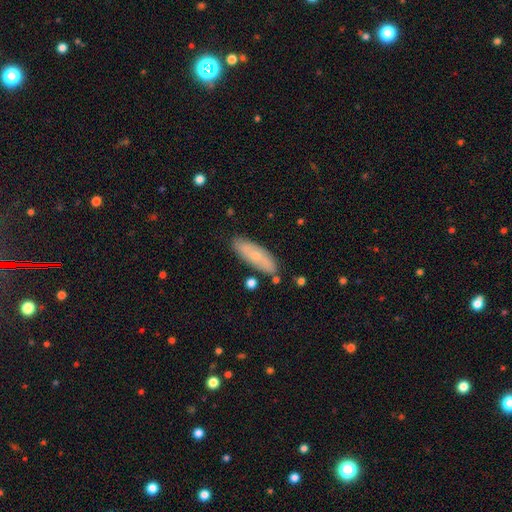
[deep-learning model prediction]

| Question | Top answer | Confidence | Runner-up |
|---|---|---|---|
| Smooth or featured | smooth | 62% | featured or disk (31%) |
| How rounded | in between | 54% | cigar-shaped (44%) |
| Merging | none | 82% | minor disturbance (12%) |